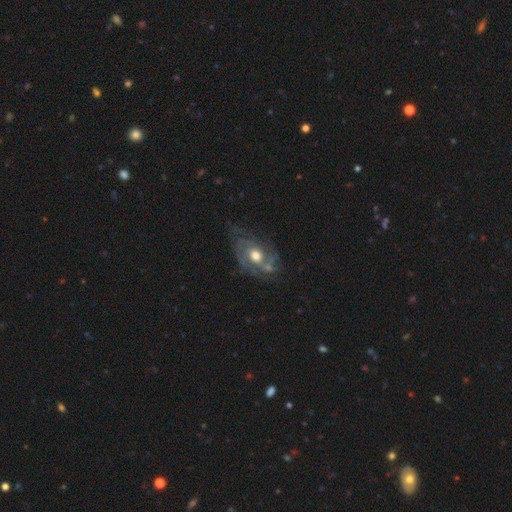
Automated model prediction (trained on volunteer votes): This appears to be a featured or disk galaxy (78%) with no bar (77%), tight (49%) spiral arms (82%) and a moderate central bulge (73%). Merging: none (54%).